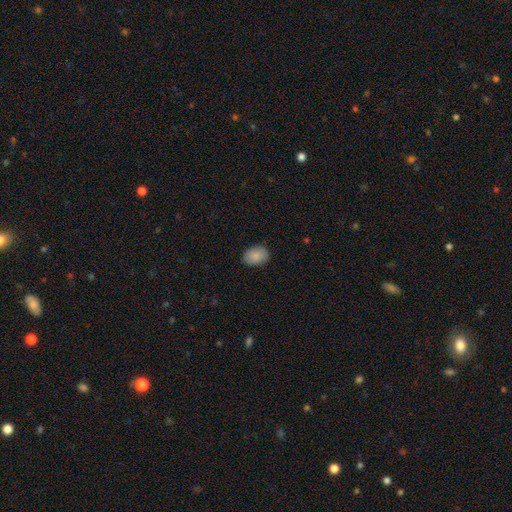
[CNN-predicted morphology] smooth 88%, star or artifact 7%, featured or disk 6%. Down the decision tree: how rounded — in between (79%); merging — none (84%).